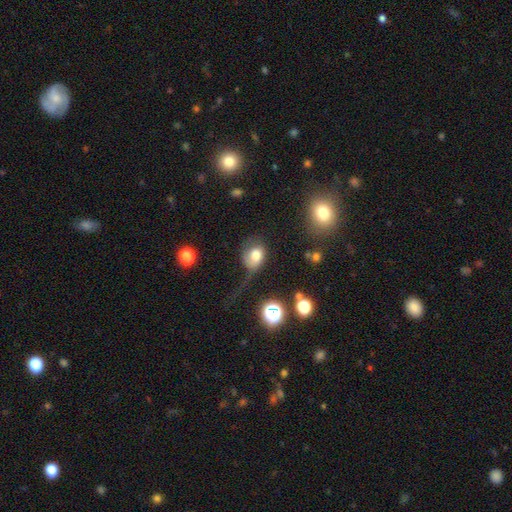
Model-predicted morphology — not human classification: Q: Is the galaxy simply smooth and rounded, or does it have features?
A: smooth — 72%.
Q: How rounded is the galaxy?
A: in between — 57%.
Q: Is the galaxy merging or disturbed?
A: major disturbance — 36%.